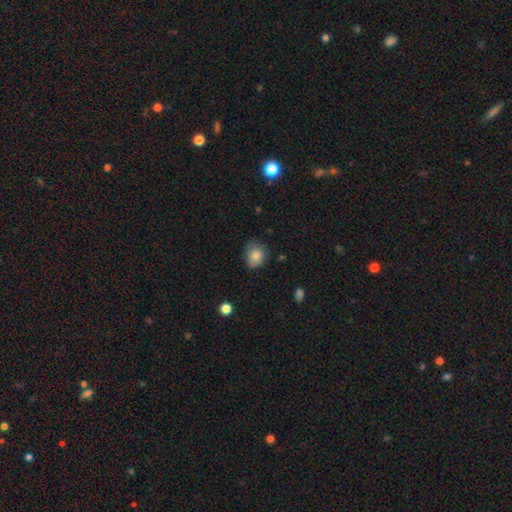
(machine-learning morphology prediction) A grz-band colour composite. It shows a smooth galaxy with no disk features (82%) that is round (62%). Merging: none (64%).